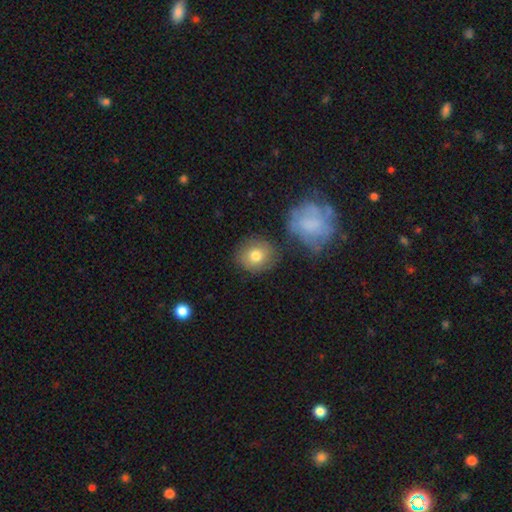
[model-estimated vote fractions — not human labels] Smooth or featured? smooth (75%)
How rounded? round (80%)
Merging? none (75%)